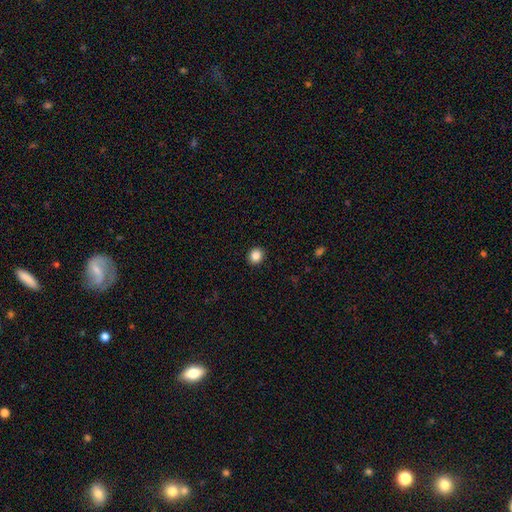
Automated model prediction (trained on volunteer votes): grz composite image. It shows a smooth galaxy with no disk features (87%) that is round (80%). Merging: none (92%).